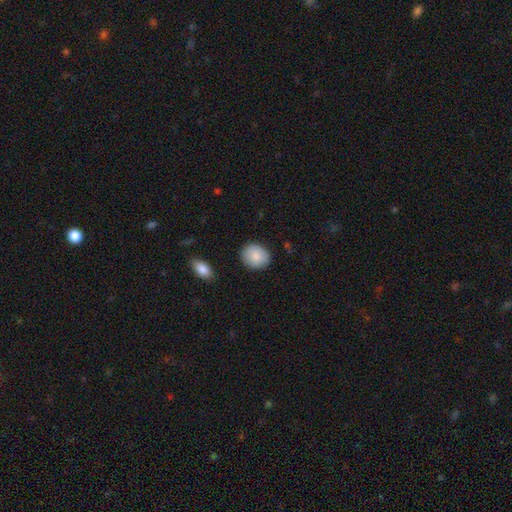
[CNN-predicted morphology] Overall: smooth (87%). How rounded: round (72%). Merging: none (88%).